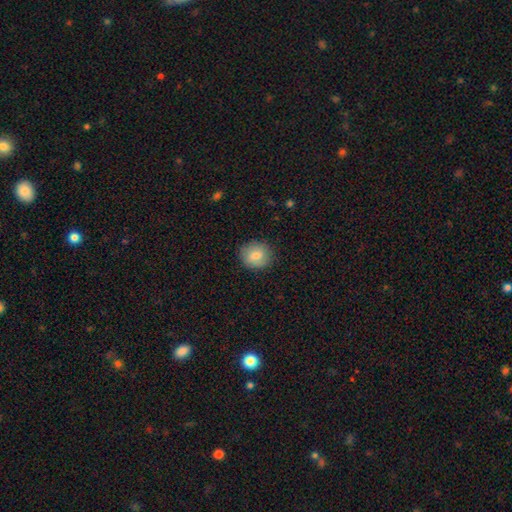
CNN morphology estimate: A smooth galaxy with no disk features (78%) that is round (77%). Merging: none (85%).